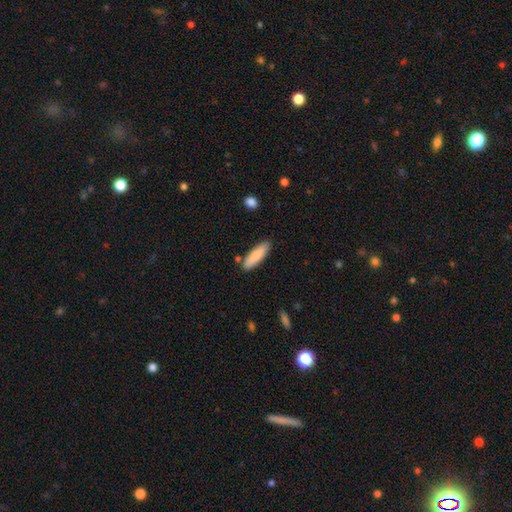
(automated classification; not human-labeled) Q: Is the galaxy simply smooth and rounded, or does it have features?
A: smooth — 84%.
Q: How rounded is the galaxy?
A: cigar-shaped — 62%.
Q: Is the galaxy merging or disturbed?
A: none — 84%.